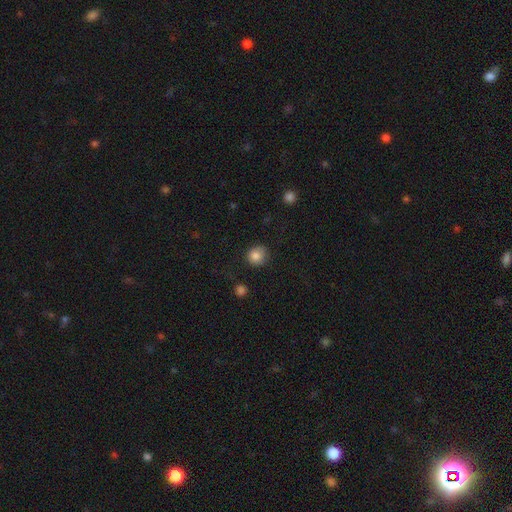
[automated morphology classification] This appears to be a smooth galaxy with no disk features (84%) that is round (87%). Merging: none (78%).